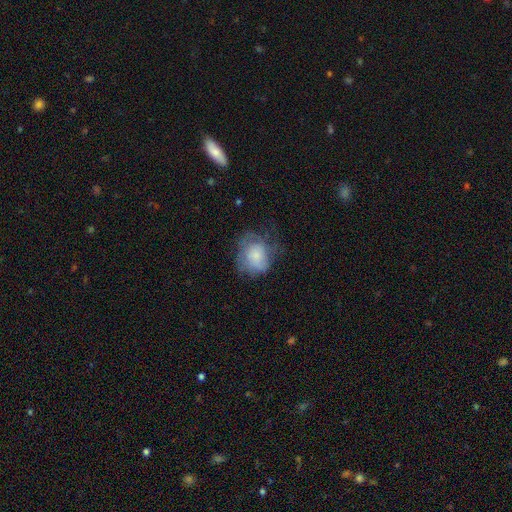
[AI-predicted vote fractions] The model was most divided on "how rounded": round: 56%, in between: 43%, cigar-shaped: 1%. Remaining: smooth or featured — smooth (58%); merging — none (43%).